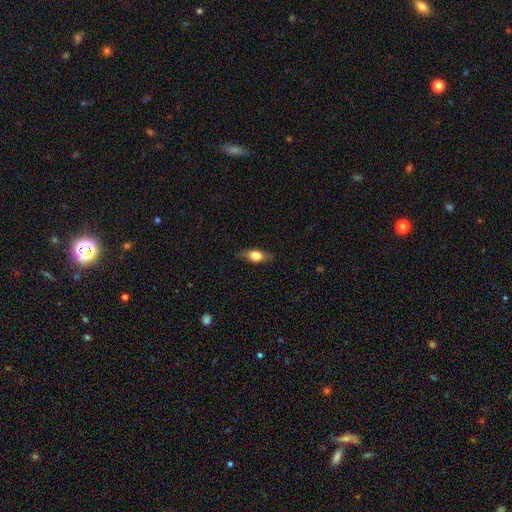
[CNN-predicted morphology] The model was most divided on "smooth or featured": smooth: 65%, featured or disk: 28%, star or artifact: 7%. More confident: merging — none (82%); how rounded — in between (71%).